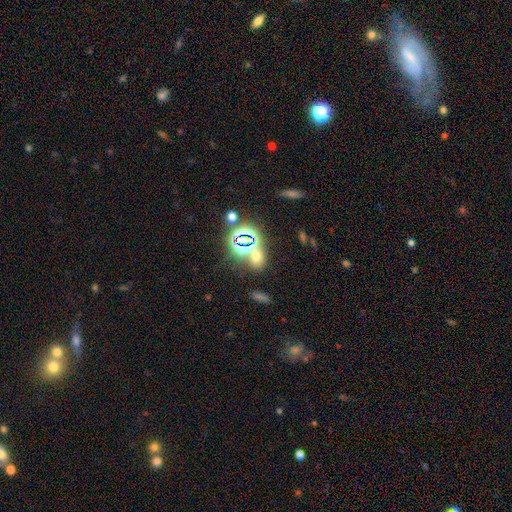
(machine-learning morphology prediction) This appears to be a star or artifact, not a galaxy (48%).